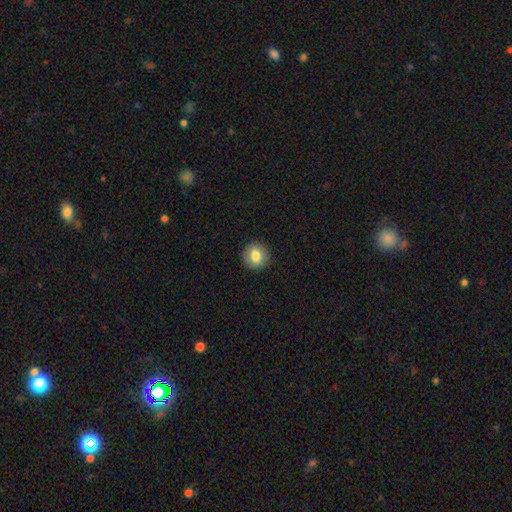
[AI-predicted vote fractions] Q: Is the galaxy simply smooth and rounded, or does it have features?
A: smooth — 81%.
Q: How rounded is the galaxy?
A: round — 87%.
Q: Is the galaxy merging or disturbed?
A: none — 90%.